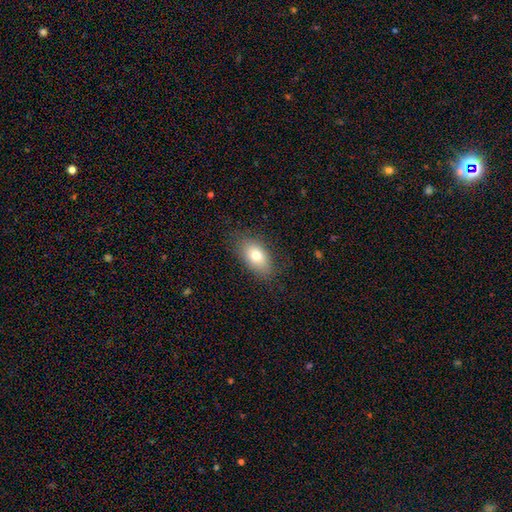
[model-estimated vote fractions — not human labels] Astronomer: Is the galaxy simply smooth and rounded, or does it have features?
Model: smooth — 75%.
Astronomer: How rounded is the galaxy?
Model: in between — 88%.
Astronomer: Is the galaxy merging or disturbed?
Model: none — 81%.